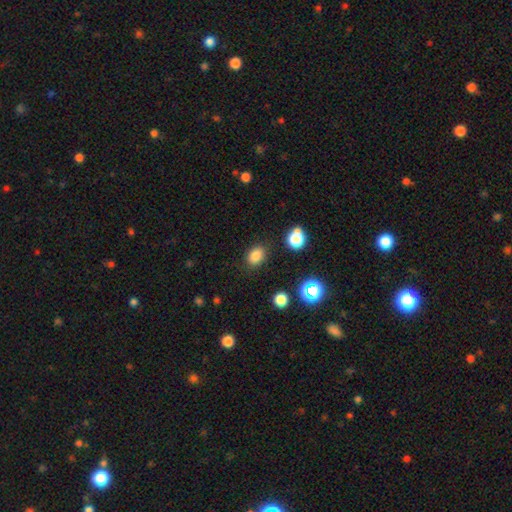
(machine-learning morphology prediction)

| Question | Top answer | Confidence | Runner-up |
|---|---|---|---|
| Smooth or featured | smooth | 81% | star or artifact (14%) |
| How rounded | in between | 66% | round (33%) |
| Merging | none | 84% | minor disturbance (11%) |